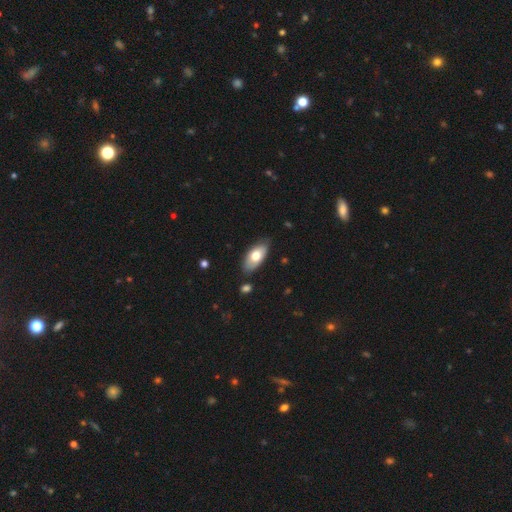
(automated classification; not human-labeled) The model was most divided on "smooth or featured": smooth: 68%, featured or disk: 26%, star or artifact: 6%. More confident: how rounded — in between (91%); merging — none (81%).